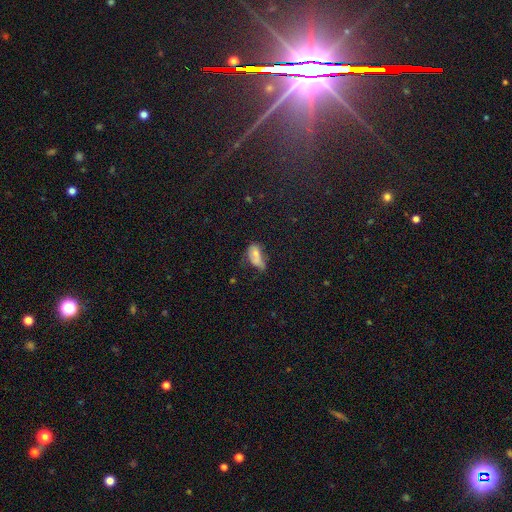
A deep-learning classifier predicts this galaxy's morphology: This appears to be a smooth galaxy with no disk features (67%) that is in between round and cigar-shaped (86%). Merging: minor disturbance (32%).